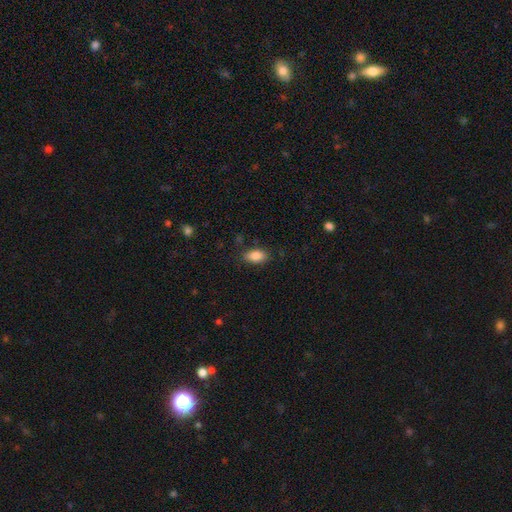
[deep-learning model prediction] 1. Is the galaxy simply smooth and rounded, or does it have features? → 87% smooth, 8% star or artifact, 6% featured or disk.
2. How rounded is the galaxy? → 91% in between, 6% round, 3% cigar-shaped.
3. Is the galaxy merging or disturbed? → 82% none, 13% minor disturbance, 3% major disturbance, 2% merger.